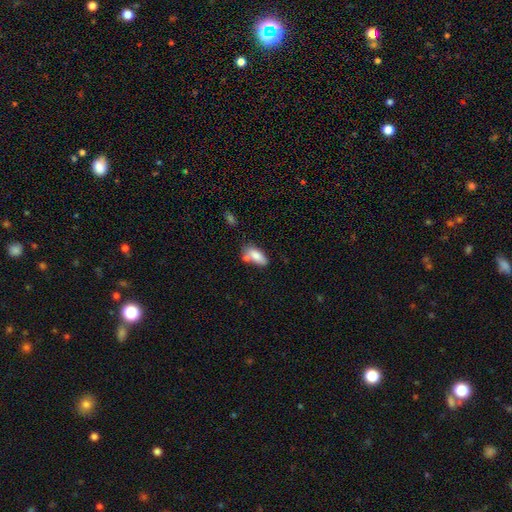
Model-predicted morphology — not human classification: The model was most divided on "merging": none: 53%, merger: 21%, minor disturbance: 20%, major disturbance: 6%. More confident: how rounded — in between (85%); smooth or featured — smooth (81%).